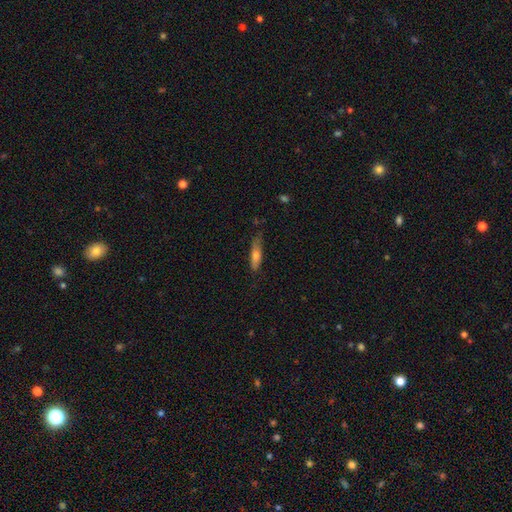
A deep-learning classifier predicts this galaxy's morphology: This is likely a smooth galaxy (60%). How rounded: likely cigar-shaped (74%). Merging: likely none (69%).